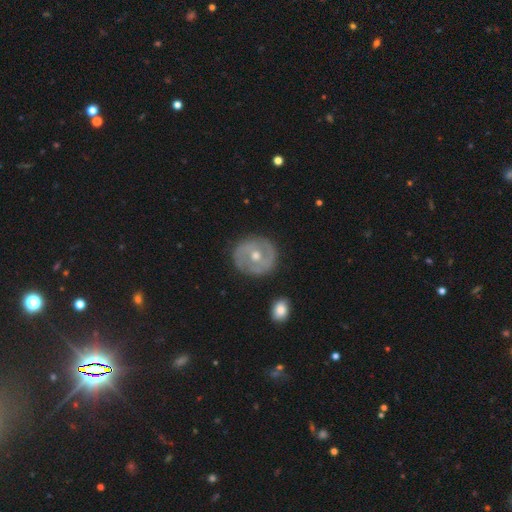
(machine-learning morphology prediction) Q: Smooth or featured?
A: featured or disk (73%); runner-up: smooth (20%)
Q: Edge-on disk?
A: no (96%); runner-up: yes (4%)
Q: Bar?
A: no (53%); runner-up: weak (34%)
Q: Spiral arms?
A: yes (72%); runner-up: no (28%)
Q: Spiral winding?
A: tight (51%); runner-up: medium (35%)
Q: Spiral arm count?
A: 2 (71%); runner-up: can't tell (17%)
Q: Bulge size?
A: moderate (65%); runner-up: small (32%)
Q: Merging?
A: none (85%); runner-up: minor disturbance (10%)